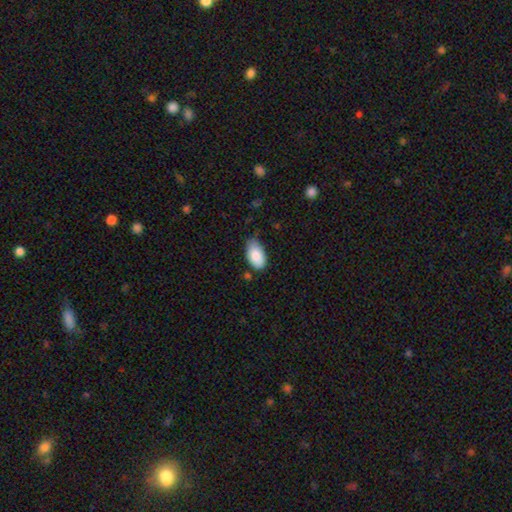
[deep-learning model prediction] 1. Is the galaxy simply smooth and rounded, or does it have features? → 86% smooth, 8% featured or disk, 6% star or artifact.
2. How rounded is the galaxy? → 95% in between, 4% round, 2% cigar-shaped.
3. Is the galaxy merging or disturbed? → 62% none, 31% minor disturbance, 5% major disturbance, 3% merger.